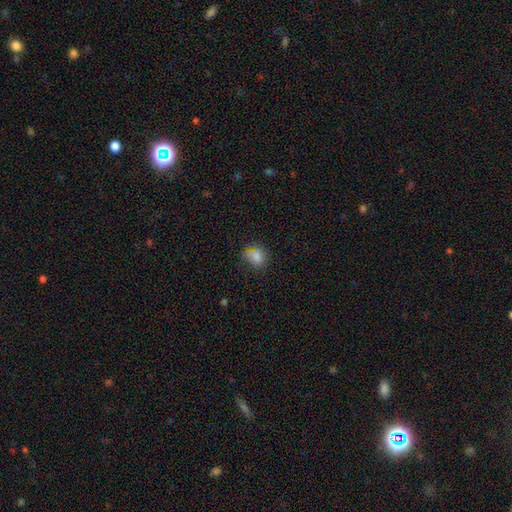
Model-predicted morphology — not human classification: smooth 76%, star or artifact 16%, featured or disk 8%. Down the decision tree: how rounded — round (51%); merging — none (62%).